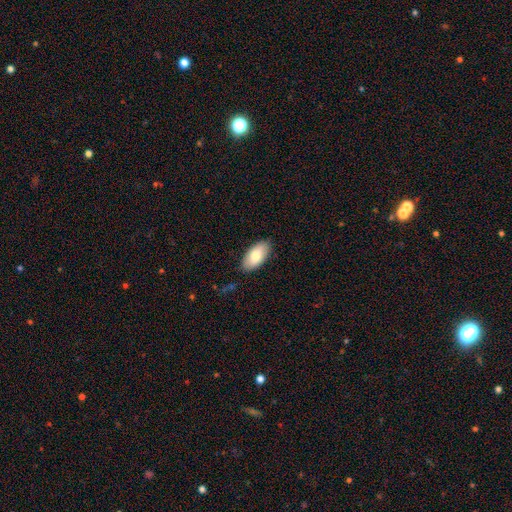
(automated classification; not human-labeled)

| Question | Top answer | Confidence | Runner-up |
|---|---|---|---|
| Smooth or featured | smooth | 79% | featured or disk (15%) |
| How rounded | in between | 94% | cigar-shaped (3%) |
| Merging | none | 86% | minor disturbance (11%) |